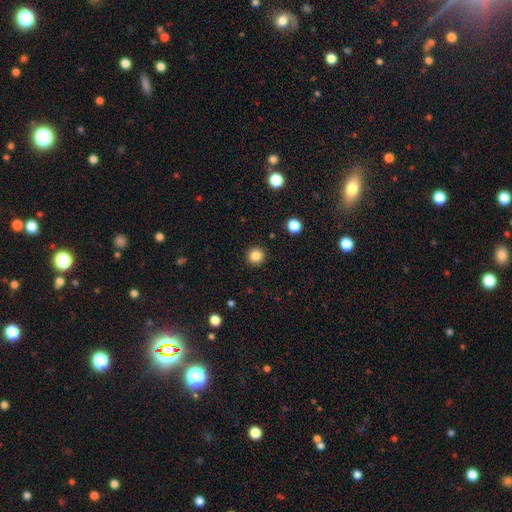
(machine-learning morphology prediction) This appears to be a smooth galaxy with no disk features (84%) that is round (95%). Merging: none (92%).